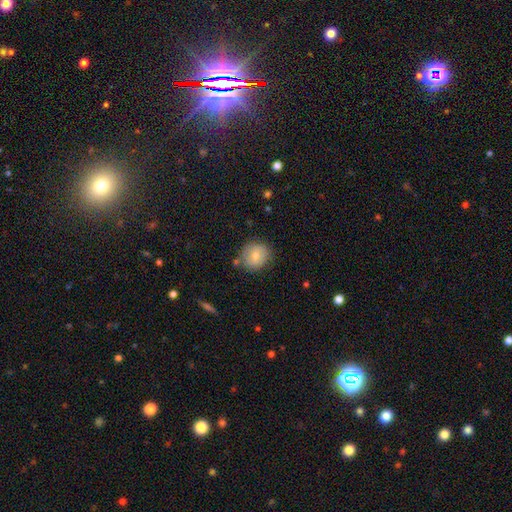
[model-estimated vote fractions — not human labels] Overall: smooth (71%). How rounded: round (84%). Merging: none (75%).